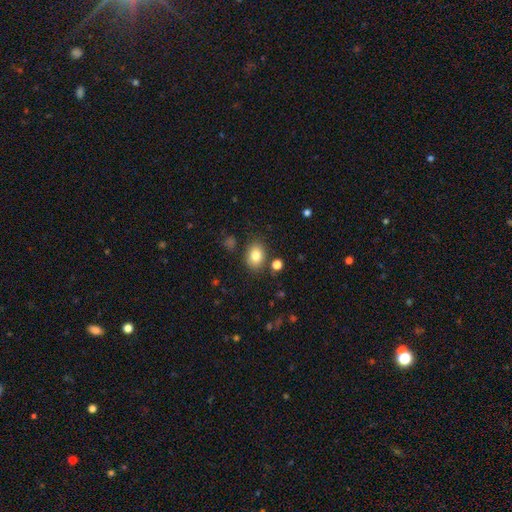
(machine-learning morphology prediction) Smooth or featured?
  - smooth: 82% *
  - star or artifact: 10%
  - featured or disk: 9%
How rounded?
  - in between: 68% *
  - round: 31%
  - cigar-shaped: 1%
Merging?
  - none: 80% *
  - minor disturbance: 12%
  - merger: 5%
  - major disturbance: 3%